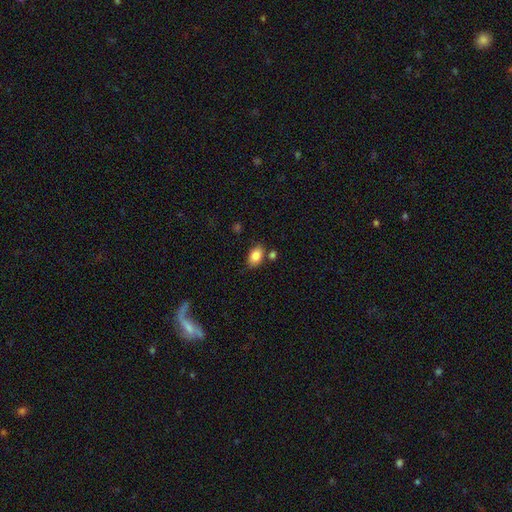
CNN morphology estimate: Smooth or featured?
  - smooth: 86% *
  - star or artifact: 8%
  - featured or disk: 6%
How rounded?
  - in between: 87% *
  - round: 11%
  - cigar-shaped: 1%
Merging?
  - none: 71% *
  - minor disturbance: 15%
  - merger: 11%
  - major disturbance: 4%